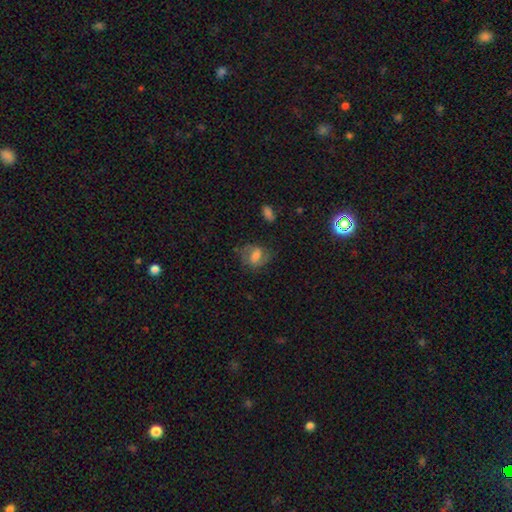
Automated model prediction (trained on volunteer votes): Q: Smooth or featured?
A: smooth (49%); runner-up: featured or disk (41%)
Q: Merging?
A: none (61%); runner-up: minor disturbance (23%)